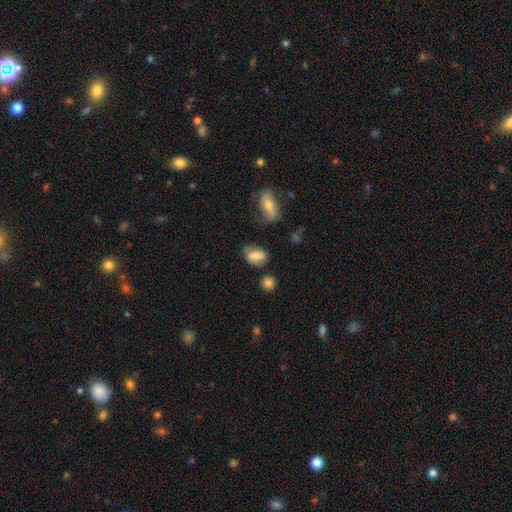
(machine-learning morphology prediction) smooth 71%, featured or disk 19%, star or artifact 9%. Down the decision tree: how rounded — in between (80%); merging — none (64%).